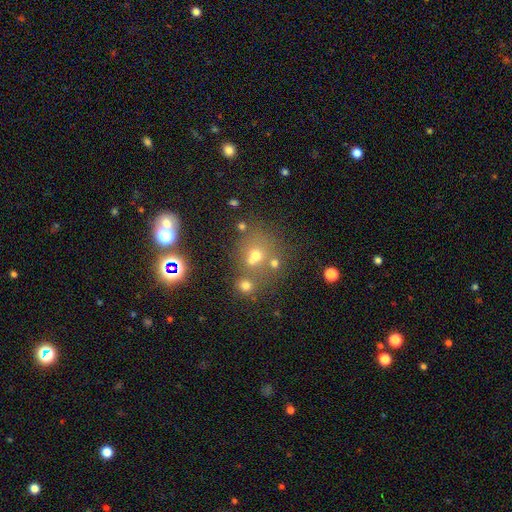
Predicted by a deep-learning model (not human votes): Smooth or featured? Predicted: smooth (p=0.59). How rounded? Predicted: round (p=0.79). Merging? Predicted: none (p=0.51).